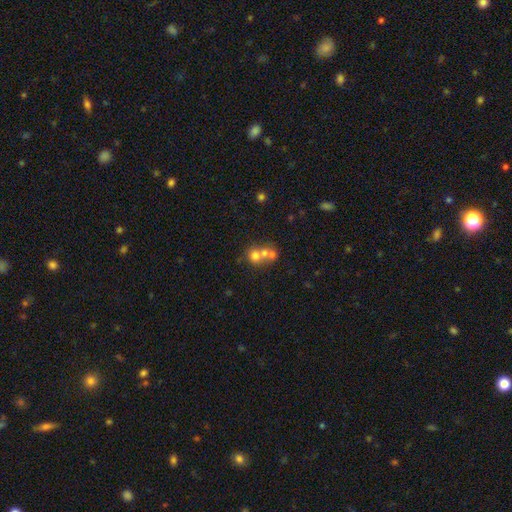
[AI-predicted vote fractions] smooth-or-featured: smooth: 64% | featured or disk: 23% | star or artifact: 13%
  how-rounded: round: 78% | in between: 21% | cigar-shaped: 1%
  merging: merger: 61% | none: 29% | minor disturbance: 6% | major disturbance: 3%